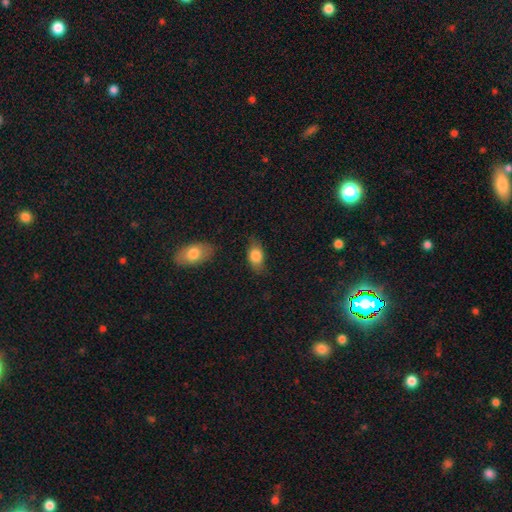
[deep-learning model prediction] The model was most divided on "merging": none: 74%, minor disturbance: 19%, major disturbance: 4%, merger: 2%. More confident: how rounded — in between (86%); smooth or featured — smooth (81%).